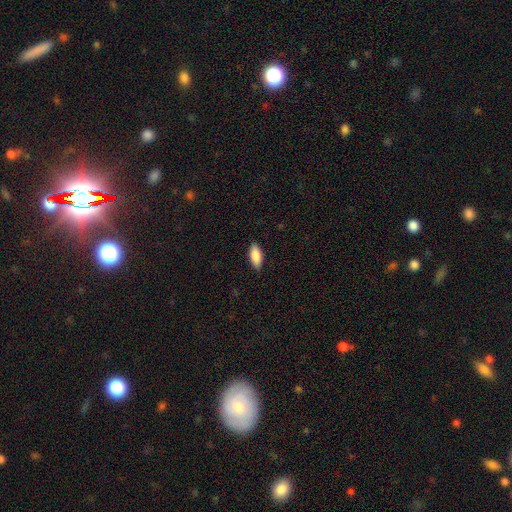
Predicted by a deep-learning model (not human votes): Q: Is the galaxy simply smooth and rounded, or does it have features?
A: smooth — 86%.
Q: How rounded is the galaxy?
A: in between — 82%.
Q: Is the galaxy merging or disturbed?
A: none — 88%.